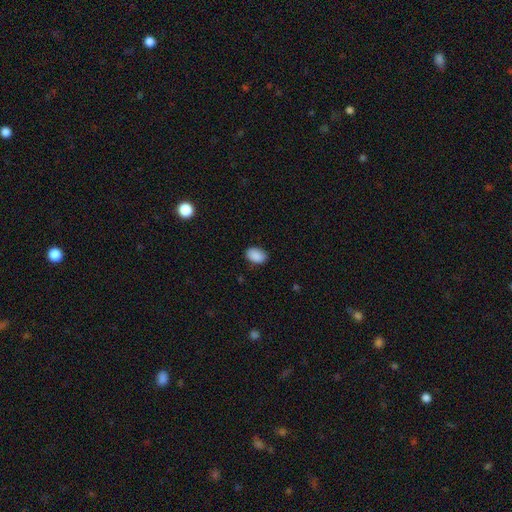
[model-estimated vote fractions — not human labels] Smooth or featured? smooth (90%)
How rounded? in between (87%)
Merging? none (86%)